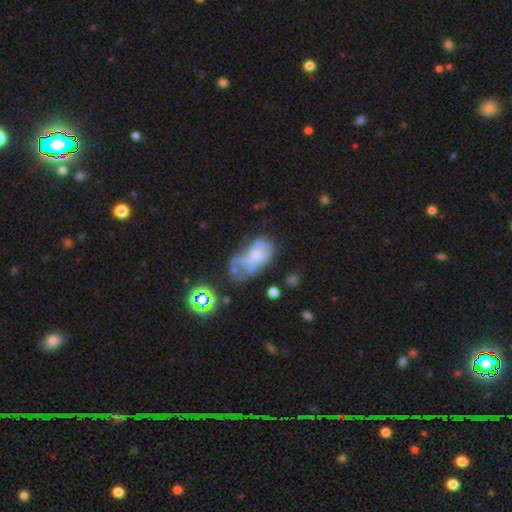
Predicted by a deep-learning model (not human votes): featured or disk 44%, smooth 41%, star or artifact 15%. Down the decision tree: merging — major disturbance (39%).